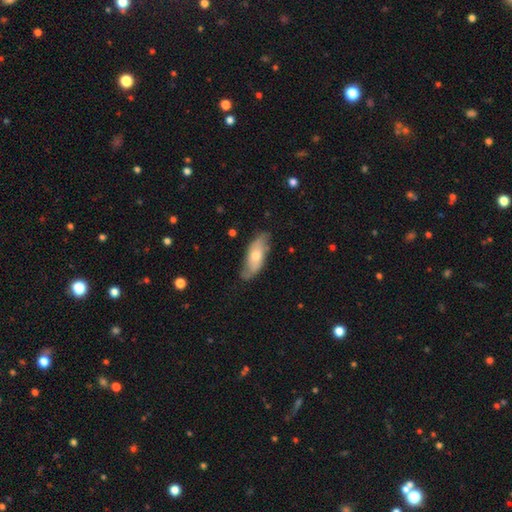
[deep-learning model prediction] smooth-or-featured: smooth: 50% | featured or disk: 44% | star or artifact: 6%
  how-rounded: in between: 74% | cigar-shaped: 23% | round: 3%
  merging: none: 72% | minor disturbance: 22% | major disturbance: 5% | merger: 1%